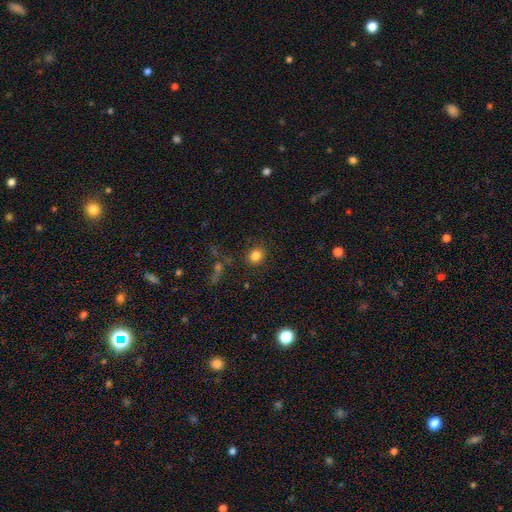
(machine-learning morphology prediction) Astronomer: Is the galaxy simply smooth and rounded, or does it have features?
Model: smooth — 82%.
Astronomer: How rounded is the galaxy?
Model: round — 83%.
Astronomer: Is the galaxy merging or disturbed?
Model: none — 86%.